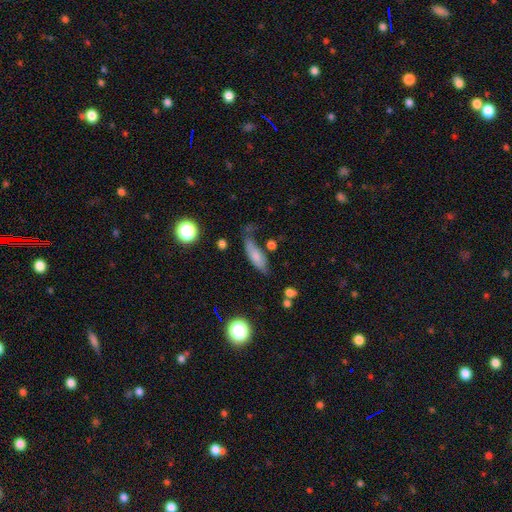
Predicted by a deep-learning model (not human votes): This is likely a smooth galaxy (74%). How rounded: possibly in between (55%). Merging: possibly none (57%).